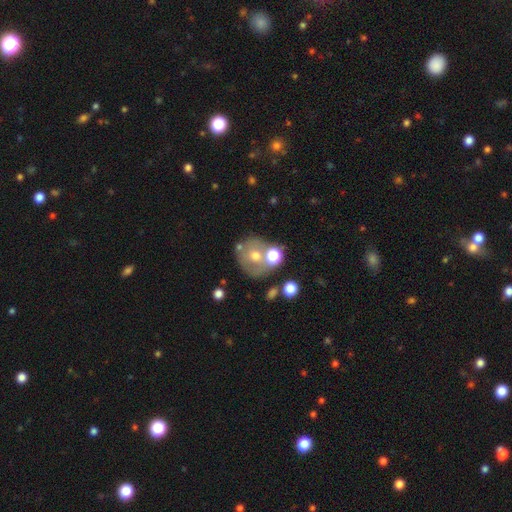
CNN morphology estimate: type=smooth (52%); roundness=round (79%); merging=none (55%).